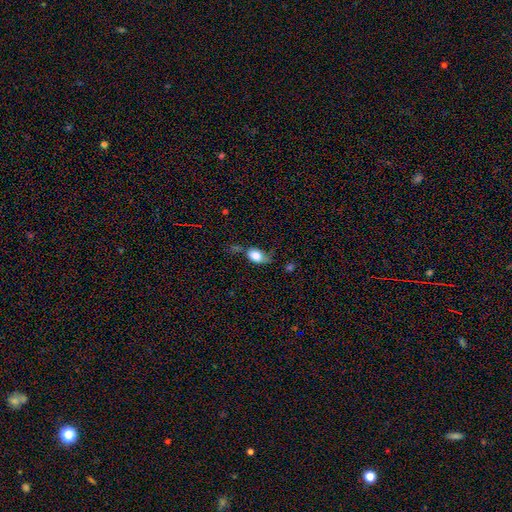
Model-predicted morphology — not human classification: smooth-or-featured: smooth: 73% | featured or disk: 18% | star or artifact: 9%
  how-rounded: in between: 83% | round: 14% | cigar-shaped: 4%
  merging: none: 38% | minor disturbance: 33% | major disturbance: 22% | merger: 7%